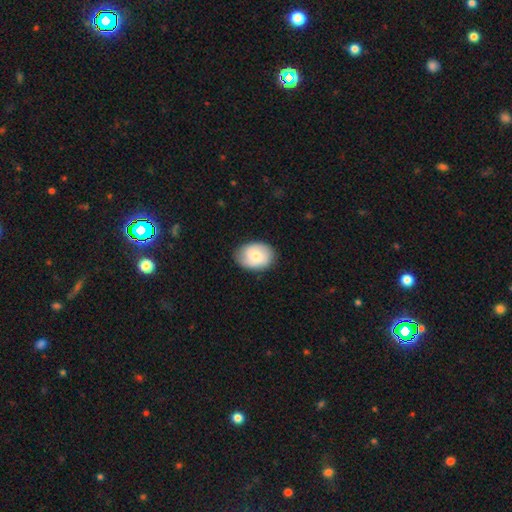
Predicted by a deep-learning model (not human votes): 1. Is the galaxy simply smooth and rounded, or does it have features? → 64% smooth, 29% featured or disk, 7% star or artifact.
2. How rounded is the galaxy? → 67% in between, 32% round, 1% cigar-shaped.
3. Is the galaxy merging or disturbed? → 81% none, 14% minor disturbance, 3% major disturbance, 1% merger.